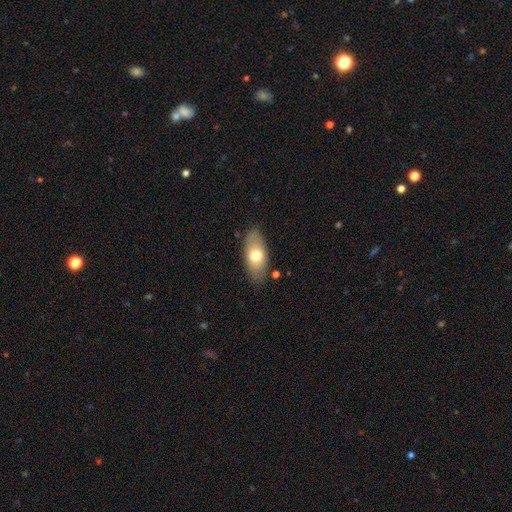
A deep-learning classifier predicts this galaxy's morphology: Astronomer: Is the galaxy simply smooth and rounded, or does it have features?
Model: smooth — 71%.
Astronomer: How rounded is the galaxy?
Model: in between — 88%.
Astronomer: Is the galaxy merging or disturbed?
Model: none — 80%.